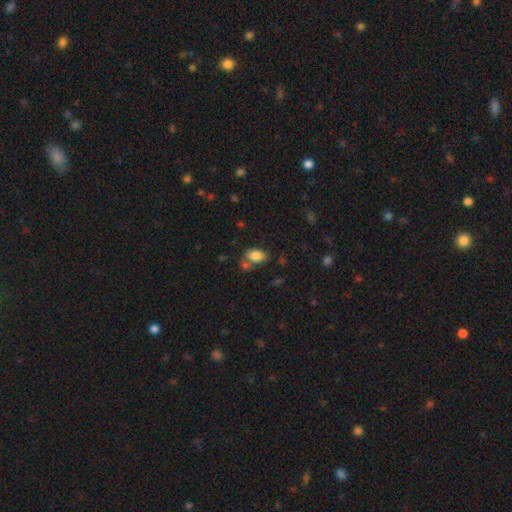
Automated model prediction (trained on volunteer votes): Morphology: type=smooth (83%); roundness=in between (85%); merging=none (54%).